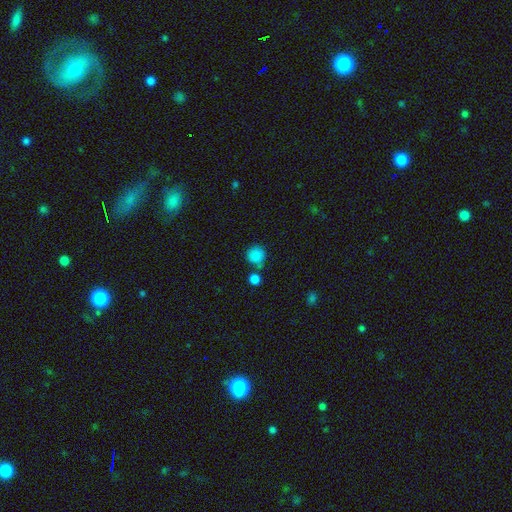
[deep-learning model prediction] smooth-or-featured: smooth: 85% | star or artifact: 10% | featured or disk: 5%
  how-rounded: round: 90% | in between: 9% | cigar-shaped: 1%
  merging: none: 64% | merger: 20% | minor disturbance: 11% | major disturbance: 4%